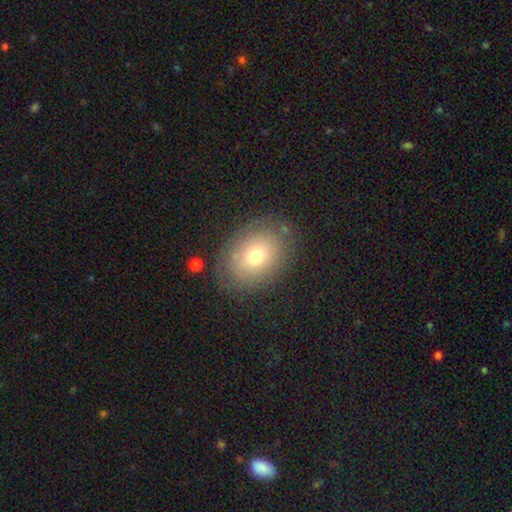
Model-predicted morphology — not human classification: smooth_or_featured: smooth (p=0.68) [alt: featured or disk p=0.21]
how_rounded: in between (p=0.71) [alt: round p=0.28]
merging: none (p=0.79) [alt: minor disturbance p=0.14]